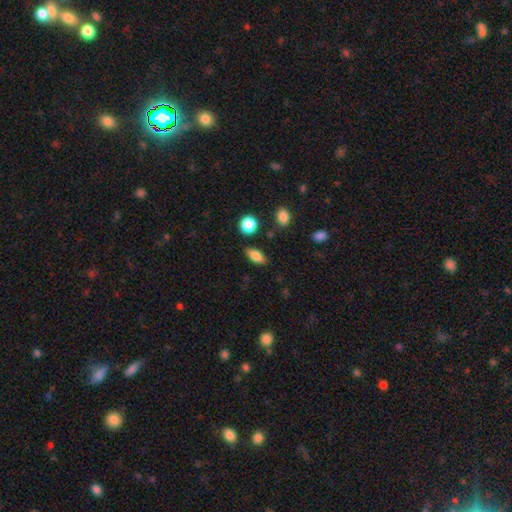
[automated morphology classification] smooth 80%, featured or disk 11%, star or artifact 9%. Down the decision tree: how rounded — in between (84%); merging — none (83%).